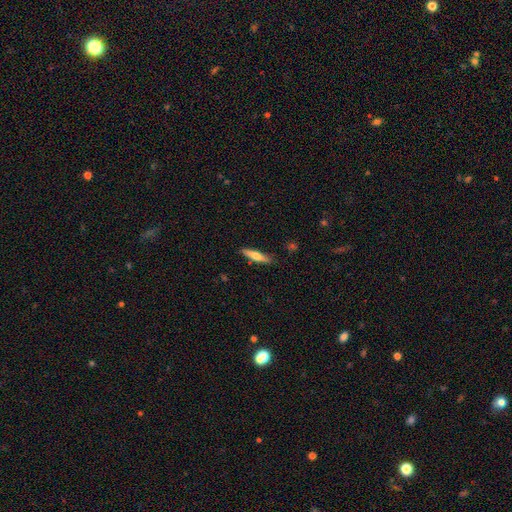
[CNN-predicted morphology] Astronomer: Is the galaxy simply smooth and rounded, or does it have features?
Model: smooth — 57% (runner-up: featured or disk, 37%).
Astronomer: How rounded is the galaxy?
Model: cigar-shaped — 82%.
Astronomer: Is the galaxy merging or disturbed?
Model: none — 88%.